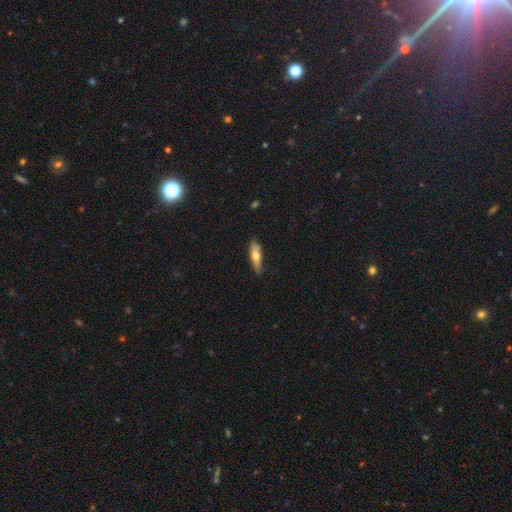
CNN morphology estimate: smooth_or_featured: smooth (p=0.56) [alt: featured or disk p=0.38]
how_rounded: cigar-shaped (p=0.68) [alt: in between p=0.29]
merging: none (p=0.81) [alt: minor disturbance p=0.15]